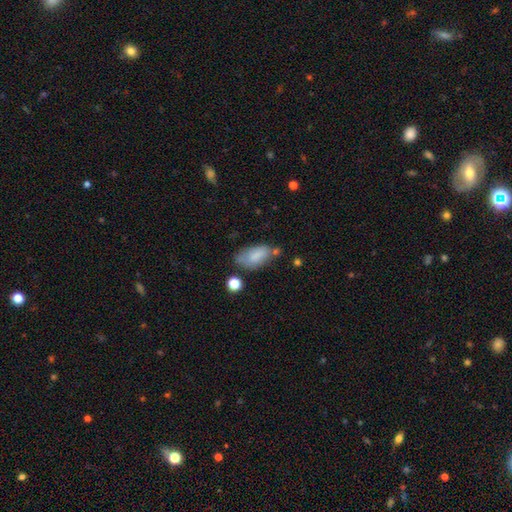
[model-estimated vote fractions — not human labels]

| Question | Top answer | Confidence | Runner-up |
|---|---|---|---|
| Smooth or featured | smooth | 79% | featured or disk (13%) |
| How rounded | in between | 91% | cigar-shaped (5%) |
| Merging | none | 51% | minor disturbance (29%) |